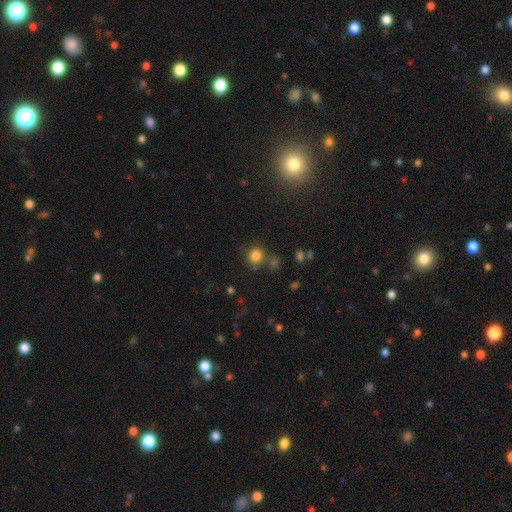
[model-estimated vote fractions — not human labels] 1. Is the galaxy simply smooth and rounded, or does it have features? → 80% smooth, 14% star or artifact, 5% featured or disk.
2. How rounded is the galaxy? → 87% round, 12% in between, 1% cigar-shaped.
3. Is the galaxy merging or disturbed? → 69% none, 14% merger, 12% minor disturbance, 5% major disturbance.